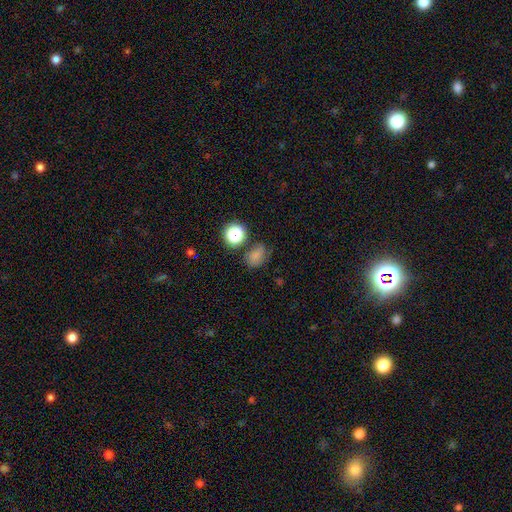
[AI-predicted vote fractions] Morphology: type=smooth (69%); roundness=in between (53%); merging=none (56%).